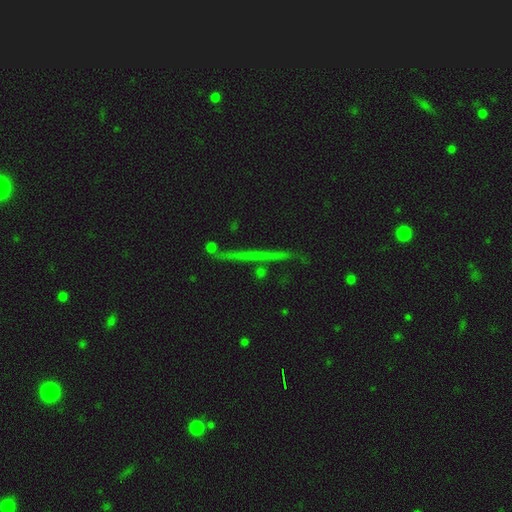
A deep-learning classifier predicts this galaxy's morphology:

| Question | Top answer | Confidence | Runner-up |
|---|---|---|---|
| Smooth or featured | featured or disk | 56% | smooth (29%) |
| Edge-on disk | yes | 94% | no (6%) |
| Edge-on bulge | none | 90% | rounded (7%) |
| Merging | none | 85% | minor disturbance (9%) |